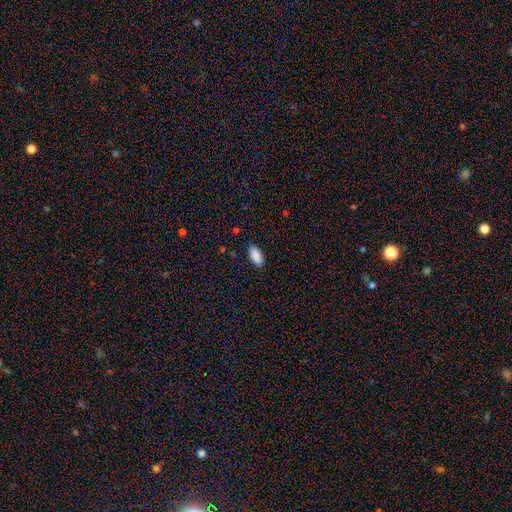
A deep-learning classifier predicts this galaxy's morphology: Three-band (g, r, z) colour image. It shows a smooth galaxy with no disk features (90%) that is in between round and cigar-shaped (92%). Merging: none (88%).